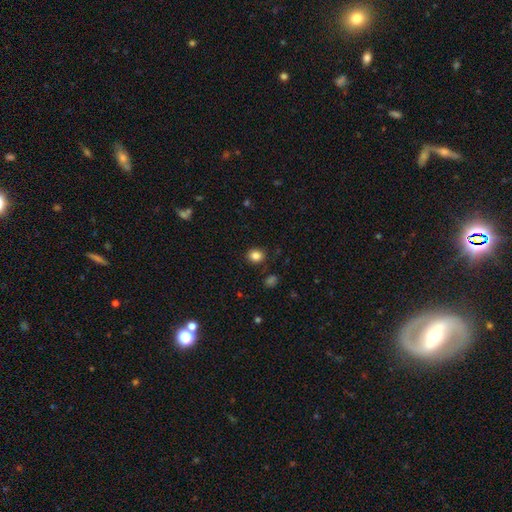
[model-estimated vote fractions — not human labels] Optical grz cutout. It shows a smooth galaxy with no disk features (85%) that is round (70%). Merging: none (87%).